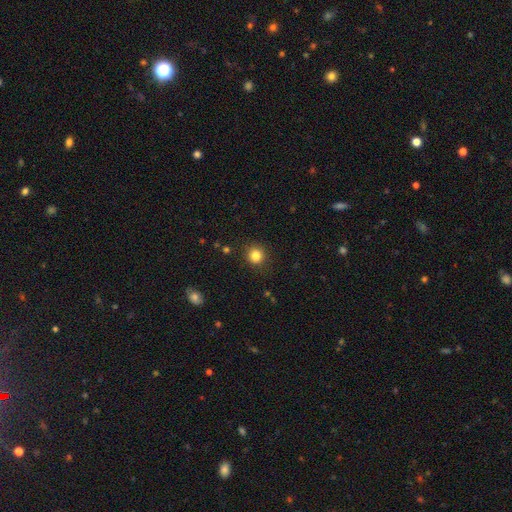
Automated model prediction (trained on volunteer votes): Overall: smooth (83%). How rounded: round (91%). Merging: none (89%).